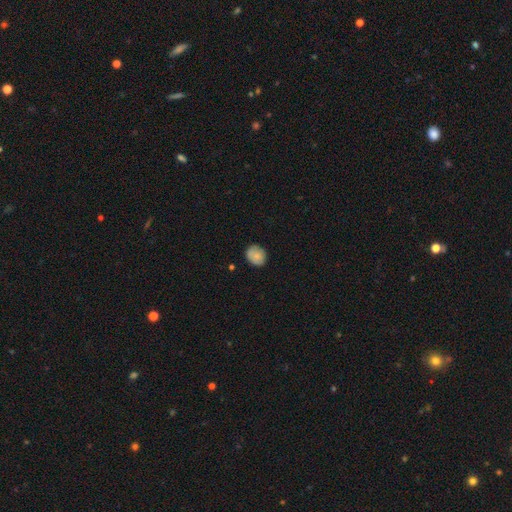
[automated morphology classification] This appears to be a smooth galaxy with no disk features (81%) that is round (63%). Merging: none (78%).